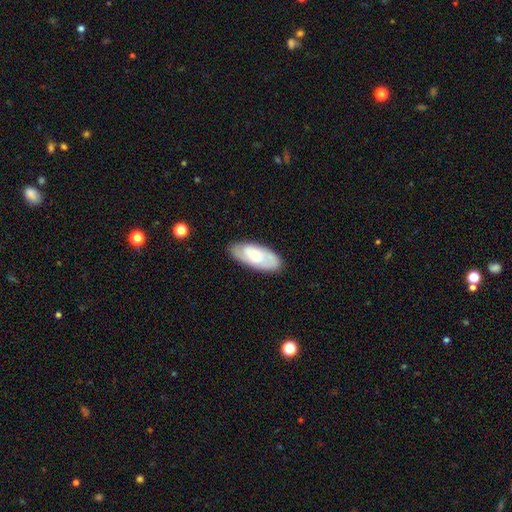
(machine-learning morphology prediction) Smooth or featured? featured or disk (50%)
Edge-on disk? no (90%)
Merging? none (84%)